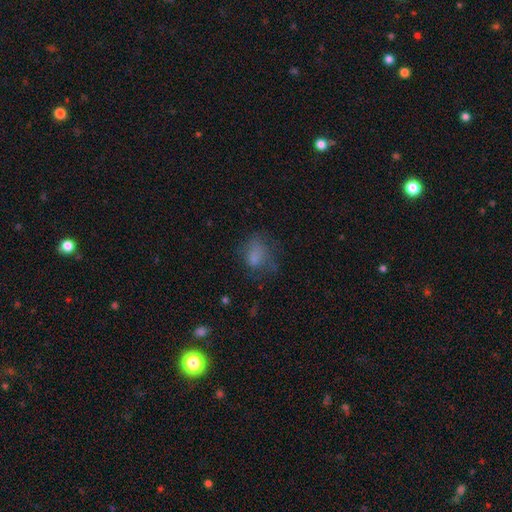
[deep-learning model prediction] Q: Smooth or featured?
A: smooth (69%); runner-up: featured or disk (16%)
Q: How rounded?
A: in between (59%); runner-up: round (40%)
Q: Merging?
A: none (43%); runner-up: major disturbance (29%)